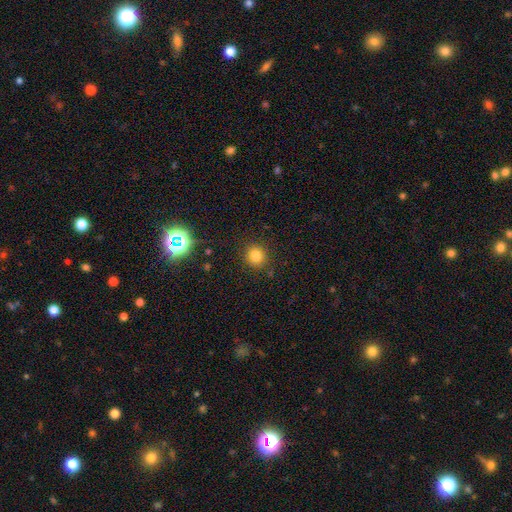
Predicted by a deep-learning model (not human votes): smooth-or-featured: smooth: 79% | star or artifact: 15% | featured or disk: 6%
  how-rounded: round: 89% | in between: 10% | cigar-shaped: 1%
  merging: none: 89% | minor disturbance: 7% | major disturbance: 3% | merger: 2%